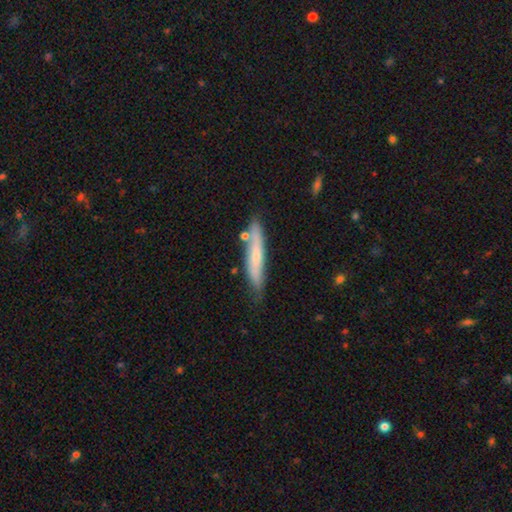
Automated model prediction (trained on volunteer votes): Overall: smooth (56%; featured or disk 38%). How rounded: cigar-shaped (91%). Merging: none (72%).